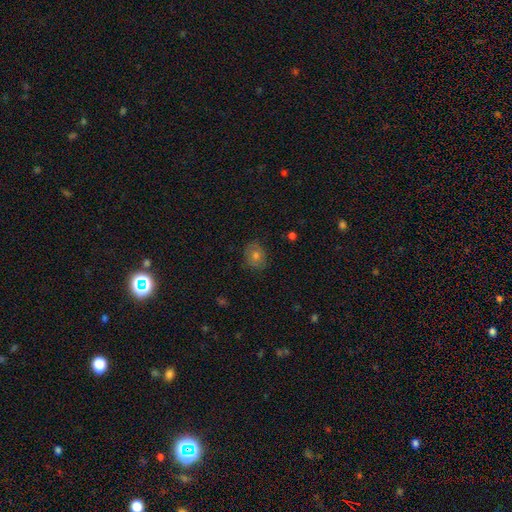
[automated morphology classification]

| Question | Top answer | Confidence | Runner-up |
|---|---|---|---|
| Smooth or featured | smooth | 64% | featured or disk (20%) |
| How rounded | round | 68% | in between (31%) |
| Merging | none | 83% | minor disturbance (13%) |